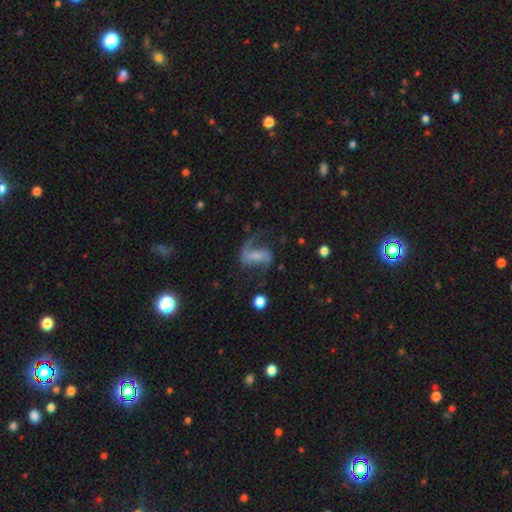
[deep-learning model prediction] Smooth or featured: featured or disk — 78% (smooth — 14%)
Edge-on disk: no — 97% (yes — 3%)
Bar: strong — 39% (weak — 37%)
Spiral arms: yes — 93% (no — 7%)
Spiral winding: loose — 62% (medium — 31%)
Spiral arm count: 2 — 80% (1 — 14%)
Bulge size: none — 37% (small — 36%)
Merging: none — 54% (major disturbance — 25%)